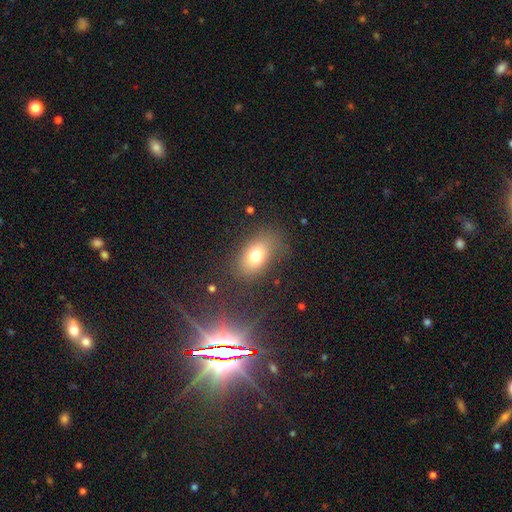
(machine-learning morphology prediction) Overall: smooth (75%). How rounded: in between (85%). Merging: none (76%).